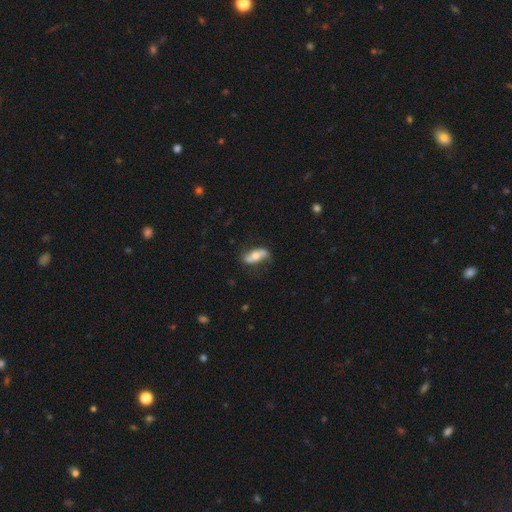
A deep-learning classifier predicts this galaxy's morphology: This is possibly a featured or disk galaxy (49%). Merging: likely none (72%).